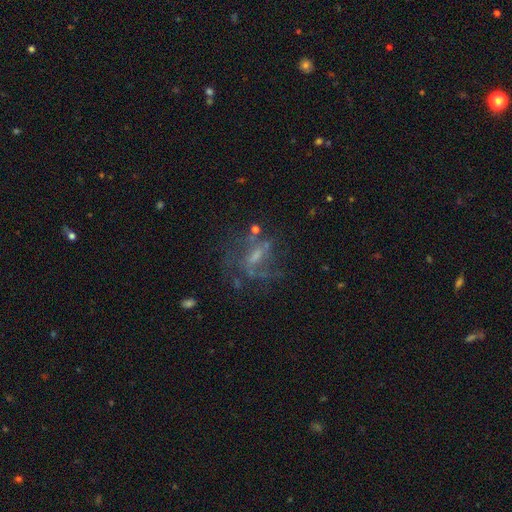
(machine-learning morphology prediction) A featured or disk galaxy (62%) with a weak bar (44%), spiral arms (67%) and a small central bulge (41%). Merging: none (54%).